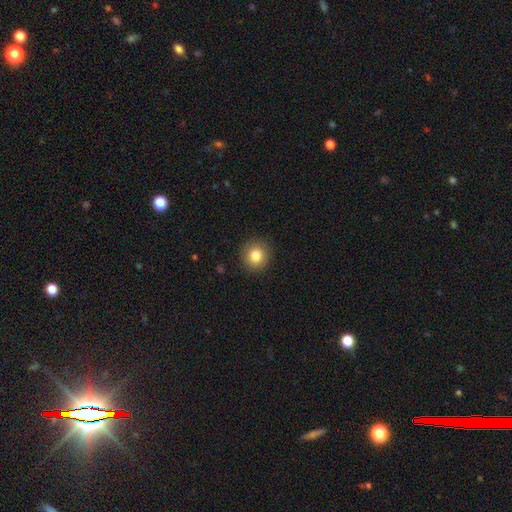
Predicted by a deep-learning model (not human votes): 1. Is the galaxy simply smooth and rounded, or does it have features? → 83% smooth, 10% star or artifact, 7% featured or disk.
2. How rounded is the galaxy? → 90% round, 9% in between, 1% cigar-shaped.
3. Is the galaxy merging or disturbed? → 90% none, 7% minor disturbance, 2% major disturbance, 1% merger.